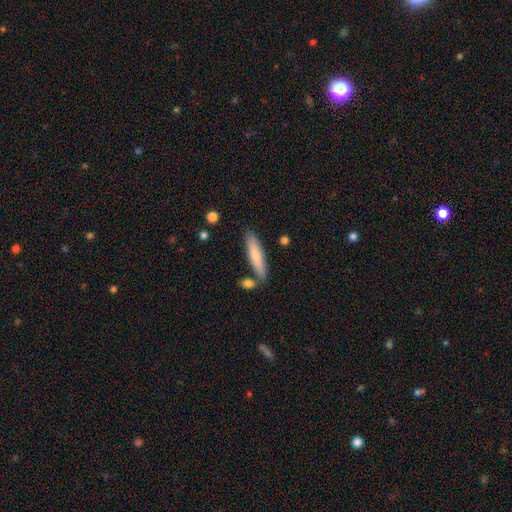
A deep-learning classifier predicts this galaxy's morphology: Q: Smooth or featured?
A: smooth (75%); runner-up: featured or disk (19%)
Q: How rounded?
A: cigar-shaped (77%); runner-up: in between (22%)
Q: Merging?
A: none (78%); runner-up: minor disturbance (12%)